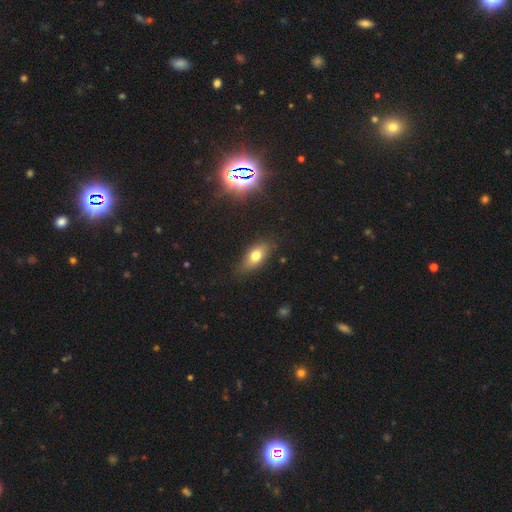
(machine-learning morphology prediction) A smooth galaxy with no disk features (72%) that is in between round and cigar-shaped (82%). Merging: none (80%).